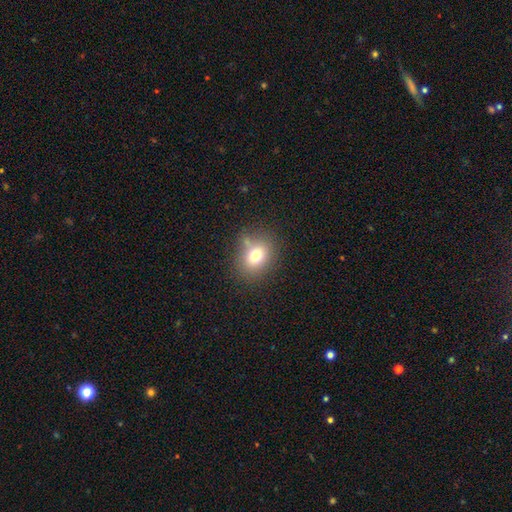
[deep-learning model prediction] Smooth or featured?
  - smooth: 74% *
  - star or artifact: 13%
  - featured or disk: 13%
How rounded?
  - round: 54% *
  - in between: 45%
  - cigar-shaped: 1%
Merging?
  - none: 73% *
  - minor disturbance: 15%
  - merger: 7%
  - major disturbance: 5%